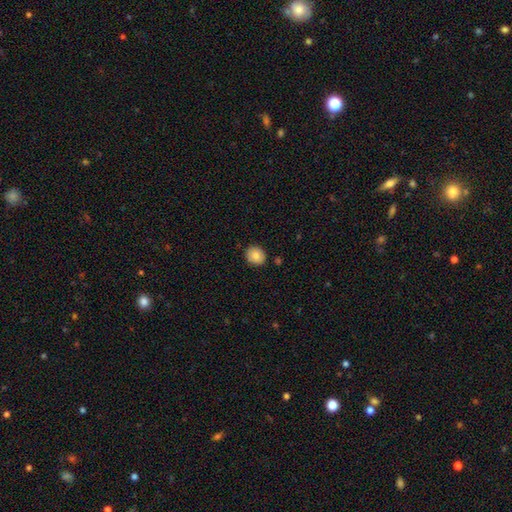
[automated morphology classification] Smooth or featured? smooth (83%)
How rounded? round (78%)
Merging? none (87%)